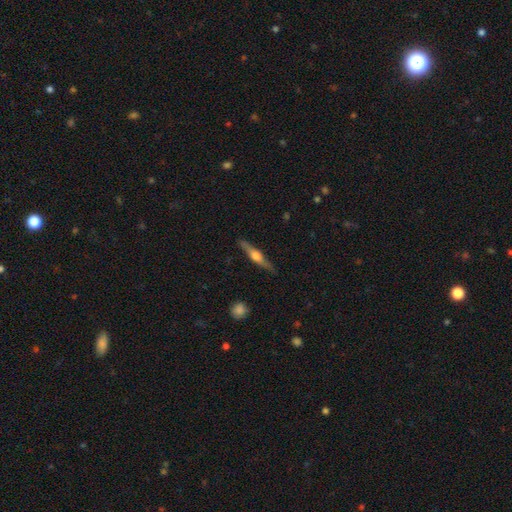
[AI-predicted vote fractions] featured or disk 70%, smooth 25%, star or artifact 5%. Down the decision tree: edge-on disk — yes (96%); edge-on bulge — rounded (85%); merging — none (86%).